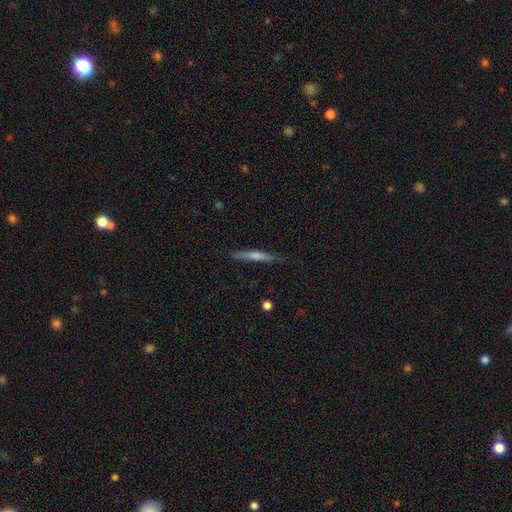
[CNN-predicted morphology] smooth_or_featured: smooth (p=0.50) [alt: featured or disk p=0.43]
how_rounded: cigar-shaped (p=0.95) [alt: in between p=0.04]
merging: none (p=0.85) [alt: minor disturbance p=0.12]